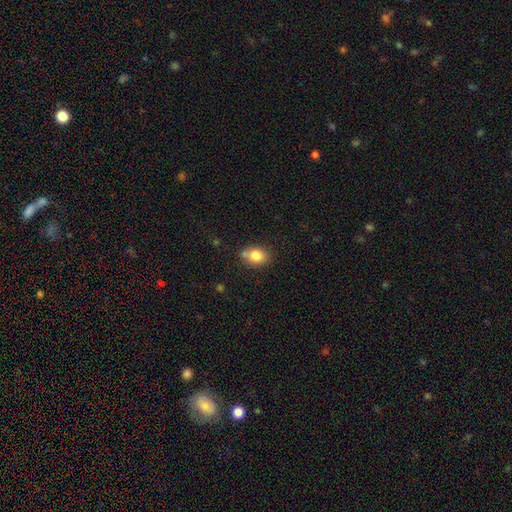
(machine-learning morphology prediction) This is clearly a smooth galaxy (81%). How rounded: possibly in between (56%). Merging: likely none (68%).